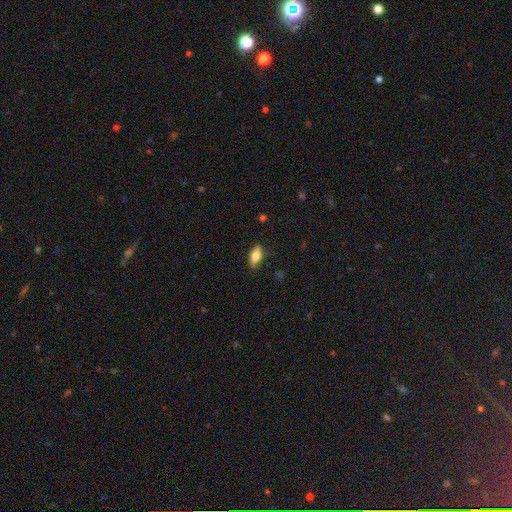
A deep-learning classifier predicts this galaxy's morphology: Smooth or featured?
  - smooth: 79% *
  - featured or disk: 14%
  - star or artifact: 7%
How rounded?
  - in between: 85% *
  - cigar-shaped: 12%
  - round: 3%
Merging?
  - none: 82% *
  - minor disturbance: 14%
  - major disturbance: 3%
  - merger: 1%